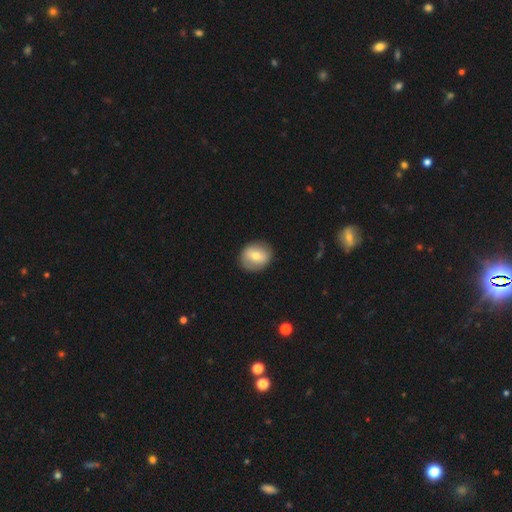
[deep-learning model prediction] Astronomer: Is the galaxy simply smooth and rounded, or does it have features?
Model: smooth — 65%.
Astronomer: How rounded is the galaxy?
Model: round — 78%.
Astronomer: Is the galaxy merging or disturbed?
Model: none — 87%.